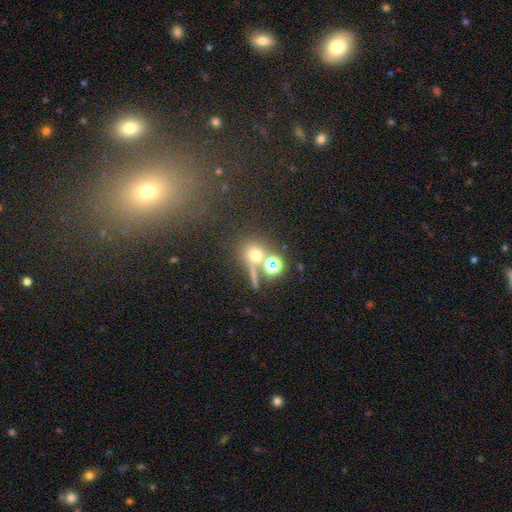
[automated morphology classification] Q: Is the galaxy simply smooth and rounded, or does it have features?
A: smooth — 57%.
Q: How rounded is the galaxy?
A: round — 84%.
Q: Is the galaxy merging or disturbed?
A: none — 60%.